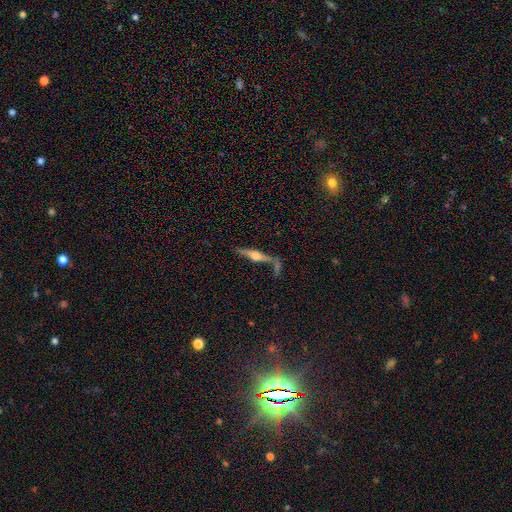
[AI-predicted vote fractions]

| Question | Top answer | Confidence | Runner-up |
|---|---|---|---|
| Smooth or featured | featured or disk | 72% | smooth (21%) |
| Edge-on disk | yes | 95% | no (5%) |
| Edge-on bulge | rounded | 89% | boxy (7%) |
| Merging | none | 67% | minor disturbance (14%) |